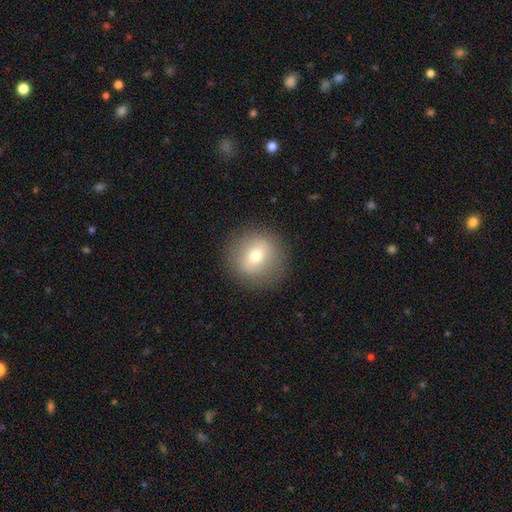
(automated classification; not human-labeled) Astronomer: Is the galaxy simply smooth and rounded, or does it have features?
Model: smooth — 66%.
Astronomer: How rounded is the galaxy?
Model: round — 92%.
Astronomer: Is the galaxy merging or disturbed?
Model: none — 88%.